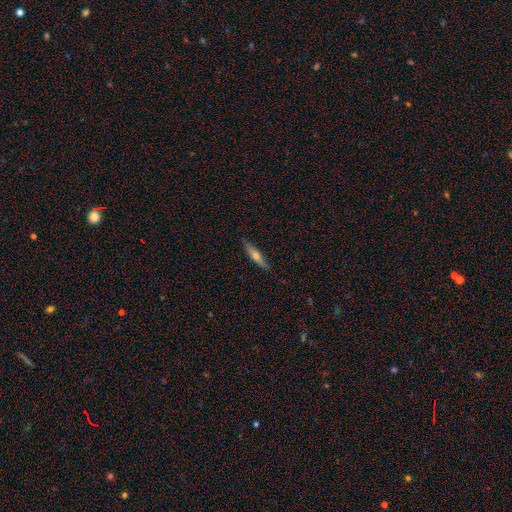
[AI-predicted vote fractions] smooth_or_featured: smooth (p=0.47) [tied with: featured or disk p=0.47]
merging: none (p=0.87) [alt: minor disturbance p=0.10]